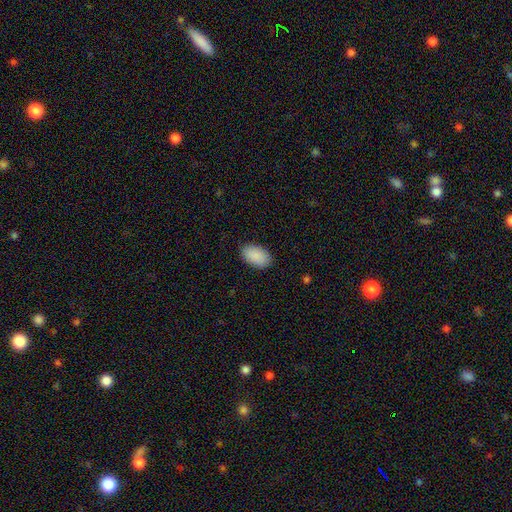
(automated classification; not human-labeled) The model was most divided on "merging": none: 86%, minor disturbance: 11%, major disturbance: 2%, merger: 1%. More confident: how rounded — in between (94%); smooth or featured — smooth (91%).